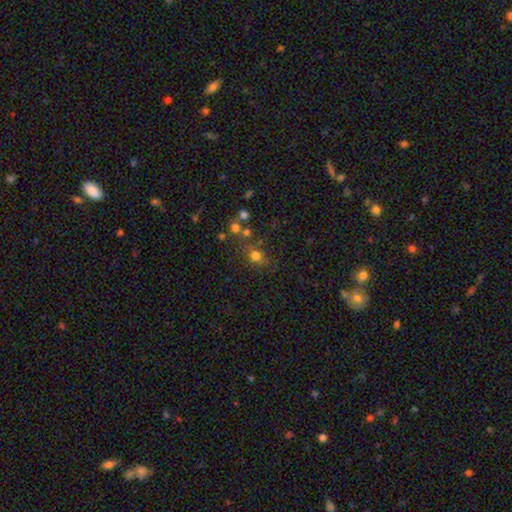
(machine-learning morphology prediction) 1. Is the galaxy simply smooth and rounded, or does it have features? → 72% smooth, 19% star or artifact, 10% featured or disk.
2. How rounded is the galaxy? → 72% round, 26% in between, 2% cigar-shaped.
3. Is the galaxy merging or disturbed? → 66% none, 14% minor disturbance, 12% merger, 7% major disturbance.